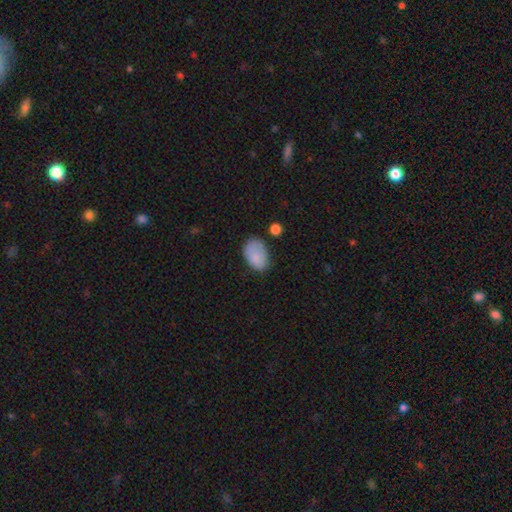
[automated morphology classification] Q: Smooth or featured?
A: smooth (84%); runner-up: featured or disk (8%)
Q: How rounded?
A: in between (88%); runner-up: round (11%)
Q: Merging?
A: none (57%); runner-up: minor disturbance (29%)